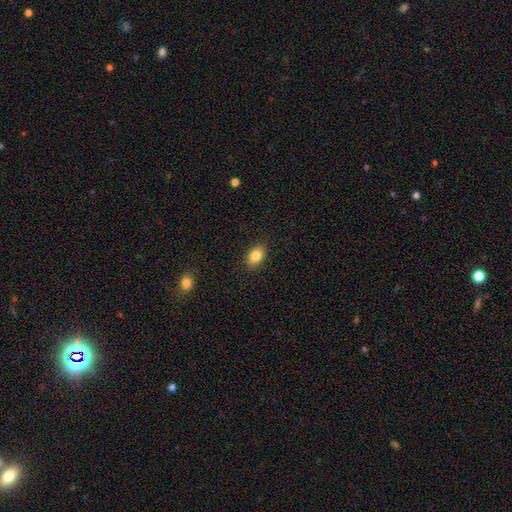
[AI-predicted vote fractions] This appears to be a smooth galaxy with no disk features (84%) that is in between round and cigar-shaped (82%). Merging: none (88%).